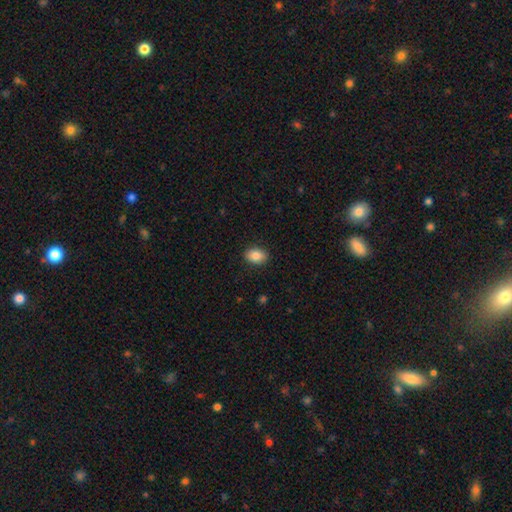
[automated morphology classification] Smooth or featured: smooth — 86% (star or artifact — 8%)
How rounded: in between — 80% (round — 19%)
Merging: none — 89% (minor disturbance — 8%)